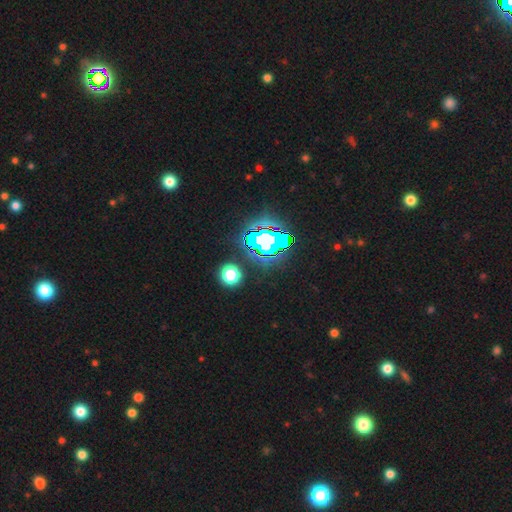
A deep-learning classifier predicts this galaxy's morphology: Smooth or featured: star or artifact — 83% (smooth — 10%)